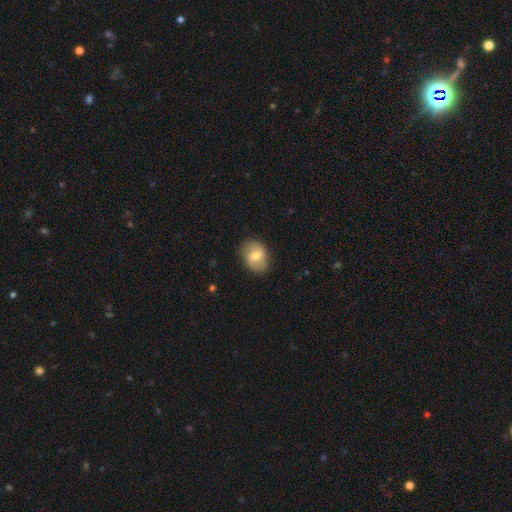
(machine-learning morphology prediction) Overall: smooth (56%; featured or disk 37%). How rounded: in between (67%; round 31%). Merging: none (82%).